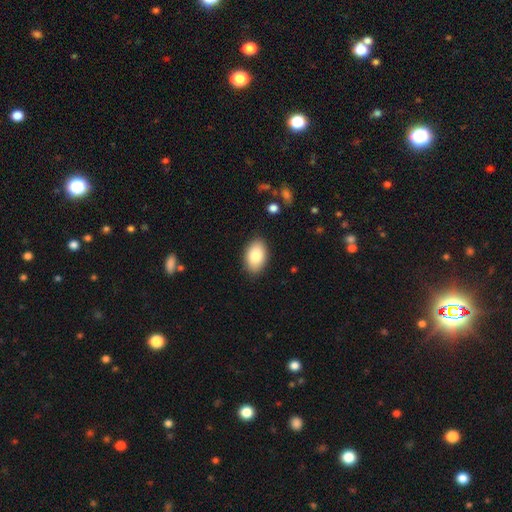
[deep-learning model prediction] Smooth or featured? Predicted: smooth (p=0.83). How rounded? Predicted: in between (p=0.92). Merging? Predicted: none (p=0.88).